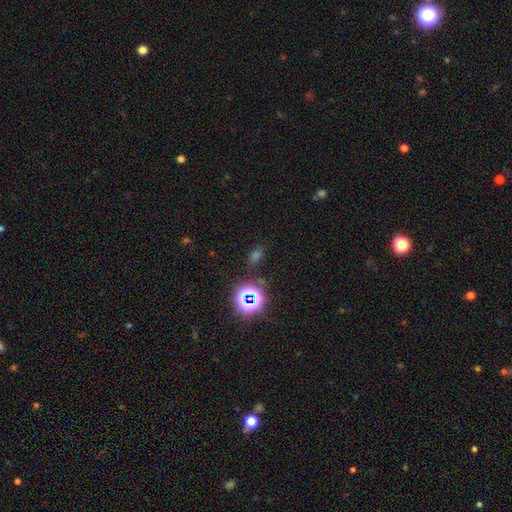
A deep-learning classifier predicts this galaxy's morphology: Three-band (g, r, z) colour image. It shows a star or artifact, not a galaxy (52%).